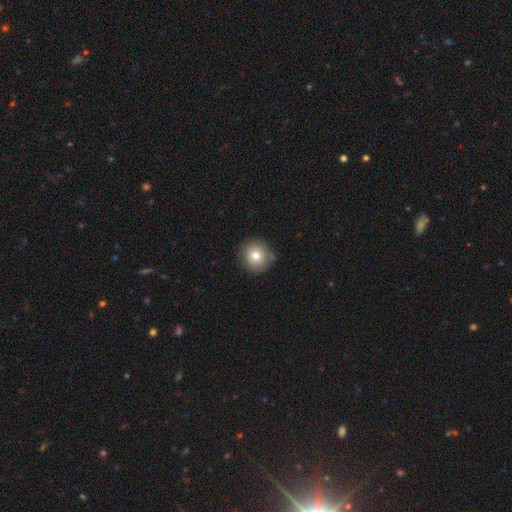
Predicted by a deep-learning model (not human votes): This is likely a smooth galaxy (78%). How rounded: clearly round (92%). Merging: clearly none (83%).